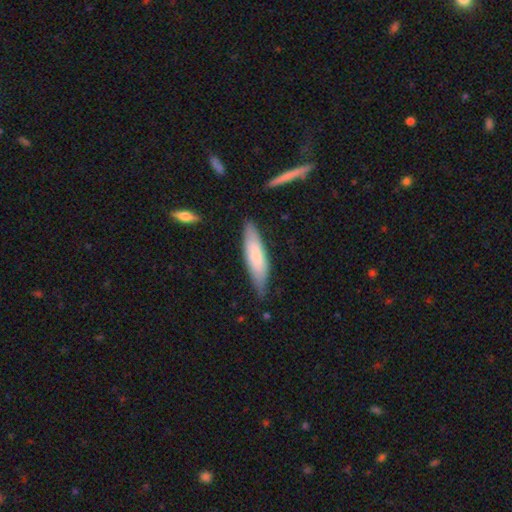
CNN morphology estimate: This appears to be a smooth galaxy with no disk features (67%) that is cigar-shaped (72%). Merging: none (75%).